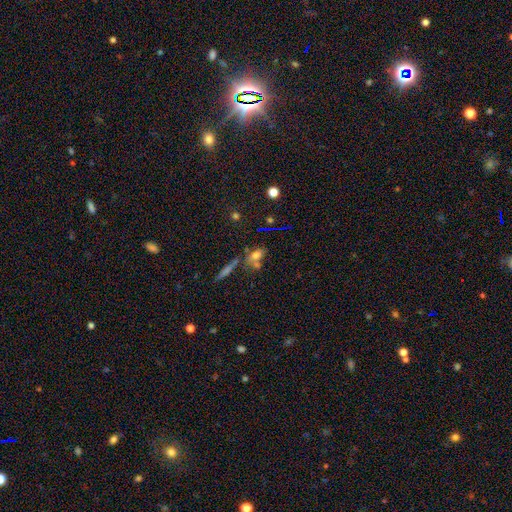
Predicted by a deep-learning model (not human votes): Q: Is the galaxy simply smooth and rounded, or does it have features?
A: smooth — 59%.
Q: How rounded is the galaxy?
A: in between — 70%.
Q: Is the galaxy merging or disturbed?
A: none — 51%.